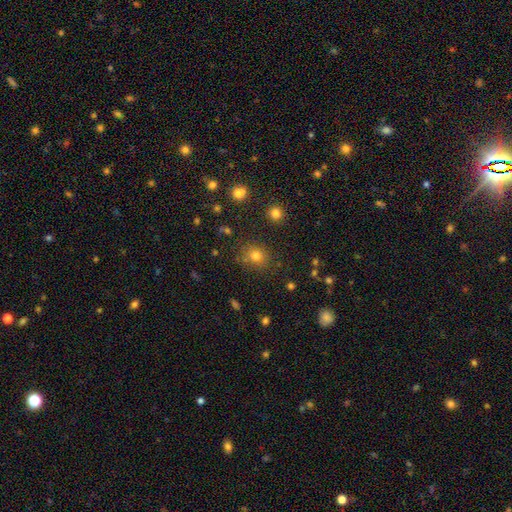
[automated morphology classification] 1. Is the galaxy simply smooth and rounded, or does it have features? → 75% smooth, 19% star or artifact, 7% featured or disk.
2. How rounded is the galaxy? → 76% round, 23% in between, 1% cigar-shaped.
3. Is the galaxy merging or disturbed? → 82% none, 11% minor disturbance, 4% merger, 4% major disturbance.